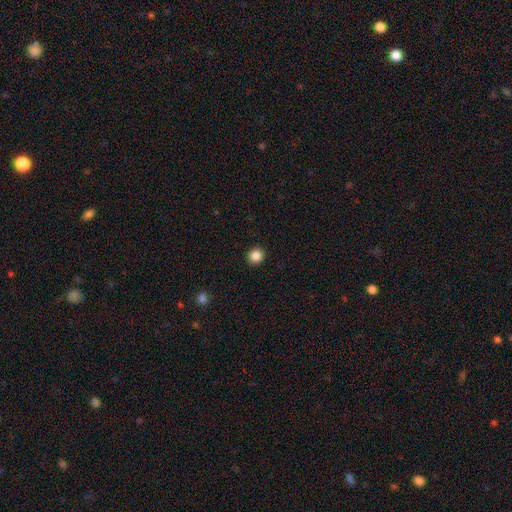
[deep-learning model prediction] This is clearly a smooth galaxy (85%). How rounded: clearly round (92%). Merging: clearly none (93%).